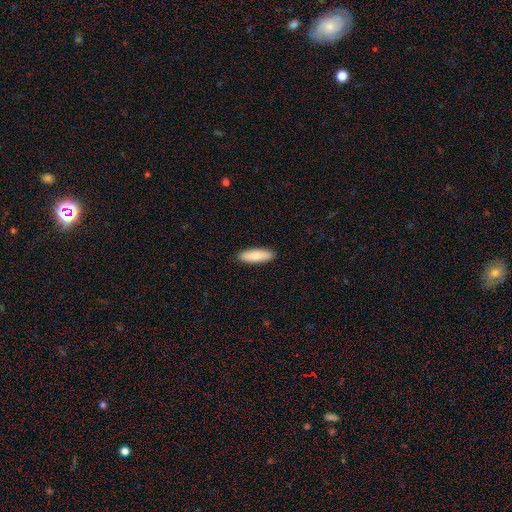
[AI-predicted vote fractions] Smooth or featured? Predicted: smooth (p=0.84). How rounded? Predicted: cigar-shaped (p=0.50). Merging? Predicted: none (p=0.91).